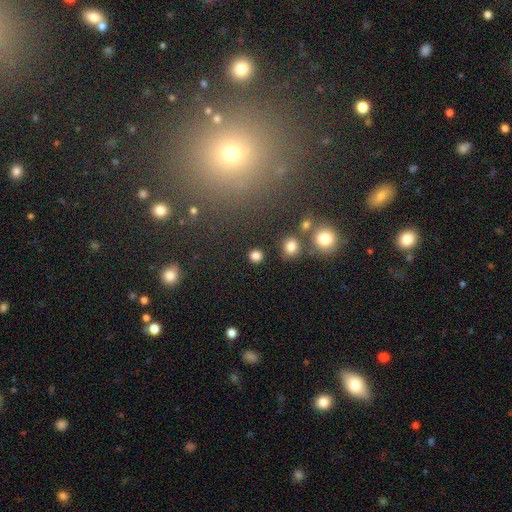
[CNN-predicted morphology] Overall: smooth (82%). How rounded: round (90%). Merging: none (88%).